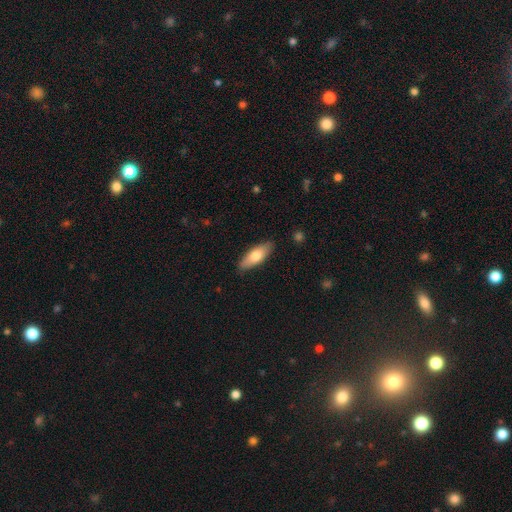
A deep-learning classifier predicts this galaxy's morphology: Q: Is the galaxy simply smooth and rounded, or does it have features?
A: smooth — 71%.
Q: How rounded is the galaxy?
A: in between — 64%.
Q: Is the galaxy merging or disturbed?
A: none — 87%.